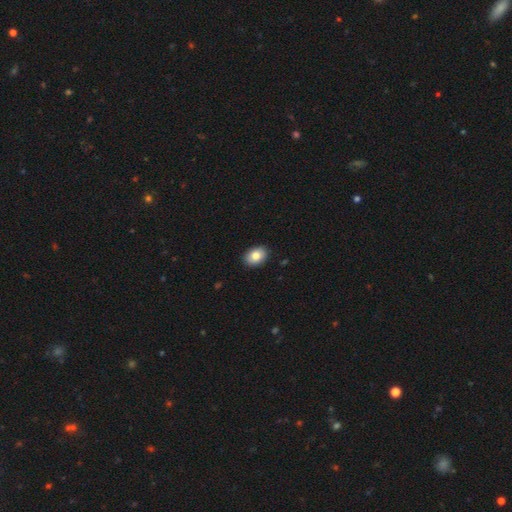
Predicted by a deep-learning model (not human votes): Smooth or featured?
  - smooth: 84% *
  - featured or disk: 8%
  - star or artifact: 7%
How rounded?
  - in between: 82% *
  - round: 17%
  - cigar-shaped: 1%
Merging?
  - none: 90% *
  - minor disturbance: 7%
  - major disturbance: 2%
  - merger: 1%